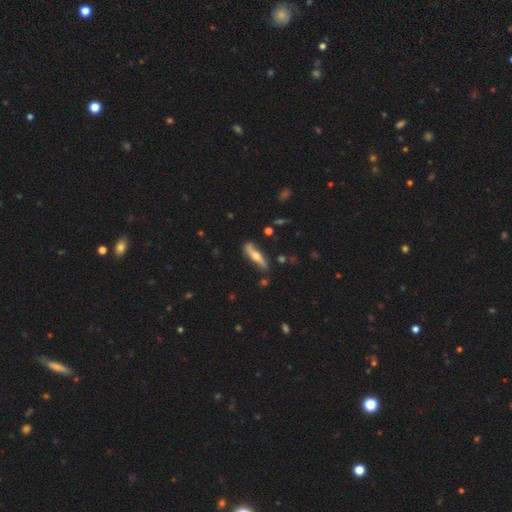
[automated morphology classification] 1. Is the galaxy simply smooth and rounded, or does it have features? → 62% featured or disk, 32% smooth, 6% star or artifact.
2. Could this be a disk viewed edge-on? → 70% yes, 30% no.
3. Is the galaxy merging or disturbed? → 75% none, 18% minor disturbance, 4% major disturbance, 3% merger.